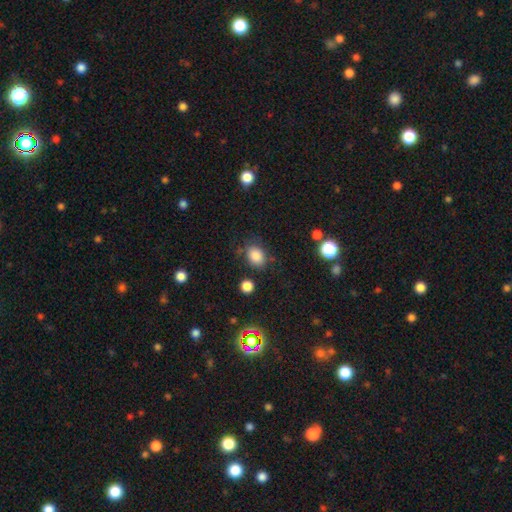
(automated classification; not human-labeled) A smooth galaxy with no disk features (85%) that is in between round and cigar-shaped (59%).

Vote fractions:
- Smooth or featured? smooth: 85% / star or artifact: 10% / featured or disk: 5%
- How rounded? in between: 59% / round: 40% / cigar-shaped: 1%
- Merging? none: 72% / minor disturbance: 18% / major disturbance: 6% / merger: 4%